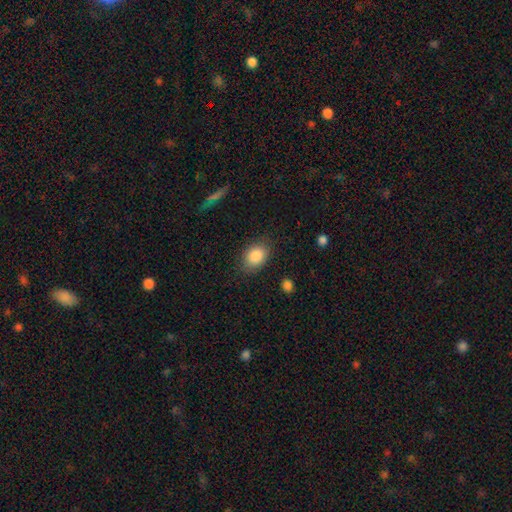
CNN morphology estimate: Q: Smooth or featured?
A: smooth (87%); runner-up: star or artifact (8%)
Q: How rounded?
A: in between (75%); runner-up: round (23%)
Q: Merging?
A: none (81%); runner-up: minor disturbance (13%)